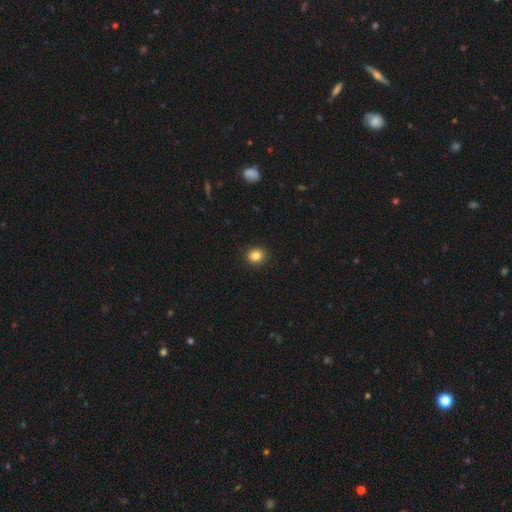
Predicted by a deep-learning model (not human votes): Smooth or featured? Predicted: smooth (p=0.85). How rounded? Predicted: round (p=0.81). Merging? Predicted: none (p=0.92).